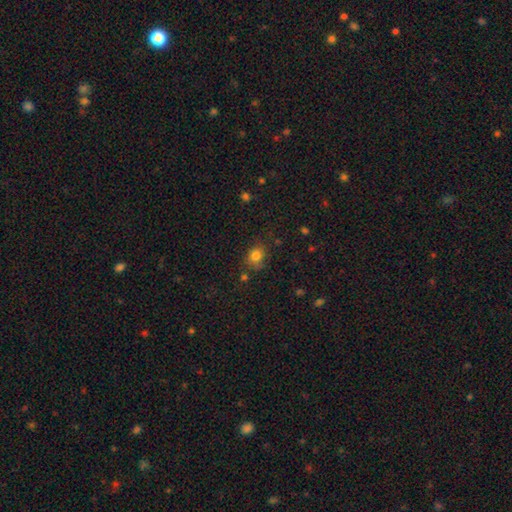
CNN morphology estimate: smooth 80%, star or artifact 13%, featured or disk 7%. Down the decision tree: how rounded — round (61%); merging — none (70%).